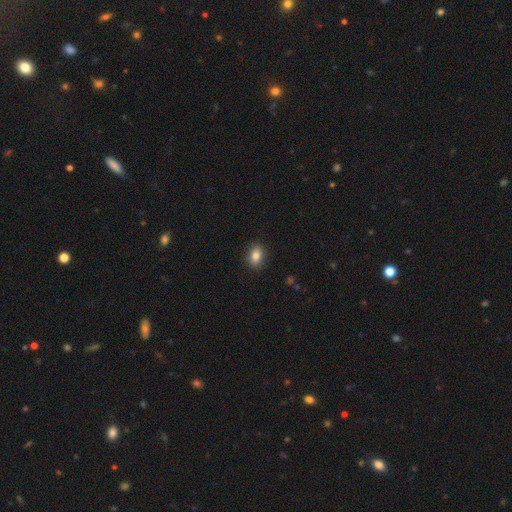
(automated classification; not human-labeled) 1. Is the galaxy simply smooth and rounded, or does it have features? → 85% smooth, 9% star or artifact, 6% featured or disk.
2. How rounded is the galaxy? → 74% in between, 24% round, 2% cigar-shaped.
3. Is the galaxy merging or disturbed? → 89% none, 8% minor disturbance, 2% major disturbance, 1% merger.